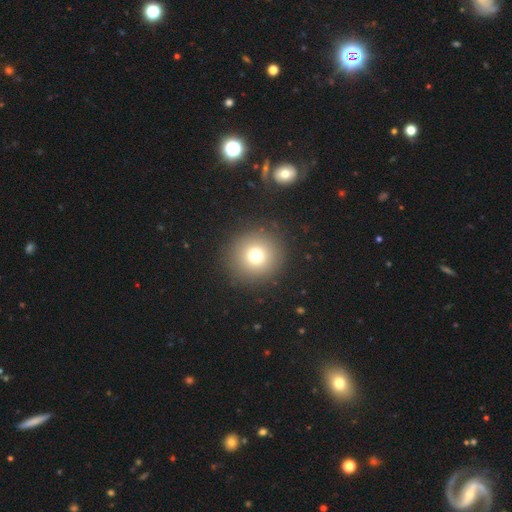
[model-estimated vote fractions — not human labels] smooth 73%, star or artifact 16%, featured or disk 11%. Down the decision tree: how rounded — round (95%); merging — none (90%).